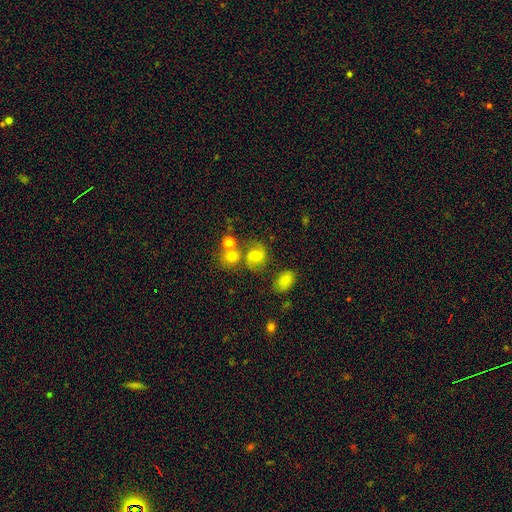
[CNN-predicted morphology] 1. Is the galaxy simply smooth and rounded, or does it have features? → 53% smooth, 33% featured or disk, 14% star or artifact.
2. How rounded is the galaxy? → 67% round, 32% in between, 1% cigar-shaped.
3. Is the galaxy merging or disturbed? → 58% none, 19% merger, 16% minor disturbance, 7% major disturbance.